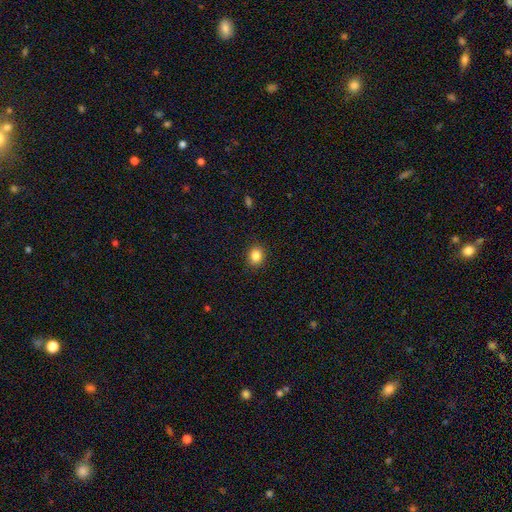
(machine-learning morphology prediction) Q: Smooth or featured?
A: smooth (85%); runner-up: star or artifact (10%)
Q: How rounded?
A: round (67%); runner-up: in between (32%)
Q: Merging?
A: none (90%); runner-up: minor disturbance (7%)